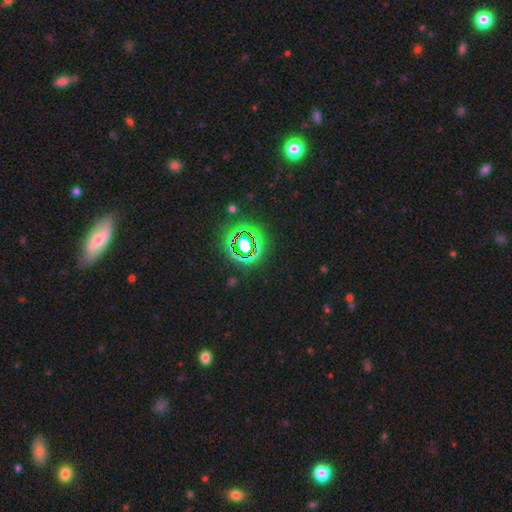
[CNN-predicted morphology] A star or artifact, not a galaxy (62%).

Vote fractions:
- Smooth or featured? star or artifact: 62% / smooth: 26% / featured or disk: 12%